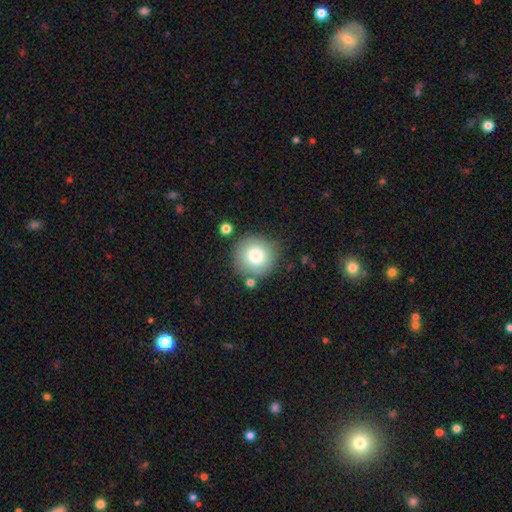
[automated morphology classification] Smooth or featured?
  - smooth: 79% *
  - featured or disk: 12%
  - star or artifact: 8%
How rounded?
  - round: 94% *
  - in between: 5%
  - cigar-shaped: 1%
Merging?
  - none: 78% *
  - minor disturbance: 12%
  - merger: 6%
  - major disturbance: 4%